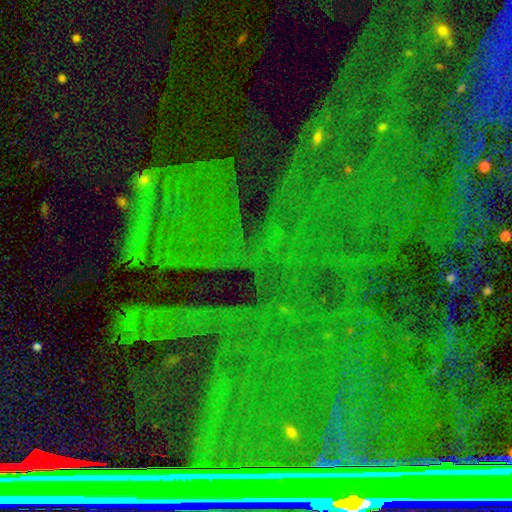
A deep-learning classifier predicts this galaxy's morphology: This is clearly a star or artifact rather than a galaxy (83%).